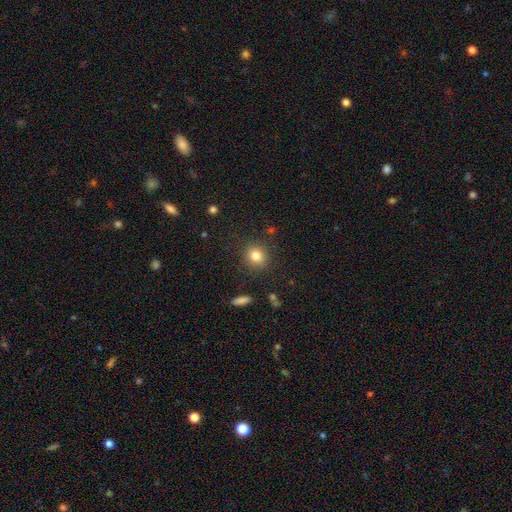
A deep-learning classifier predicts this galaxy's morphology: smooth_or_featured: smooth (p=0.81) [alt: star or artifact p=0.12]
how_rounded: round (p=0.84) [alt: in between p=0.15]
merging: none (p=0.87) [alt: minor disturbance p=0.09]